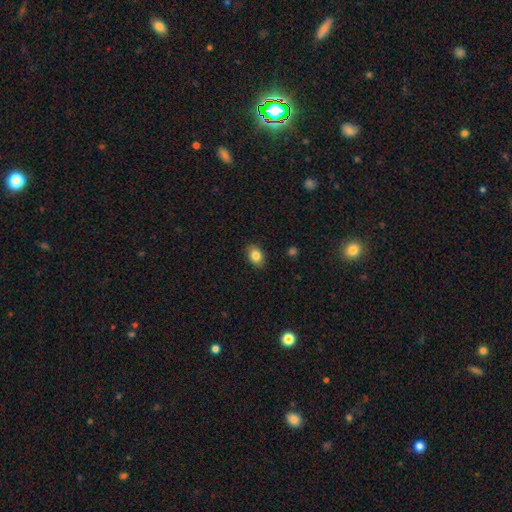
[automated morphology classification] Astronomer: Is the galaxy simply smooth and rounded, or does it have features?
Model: smooth — 85%.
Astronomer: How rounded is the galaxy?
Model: in between — 76%.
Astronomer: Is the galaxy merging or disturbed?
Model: none — 89%.